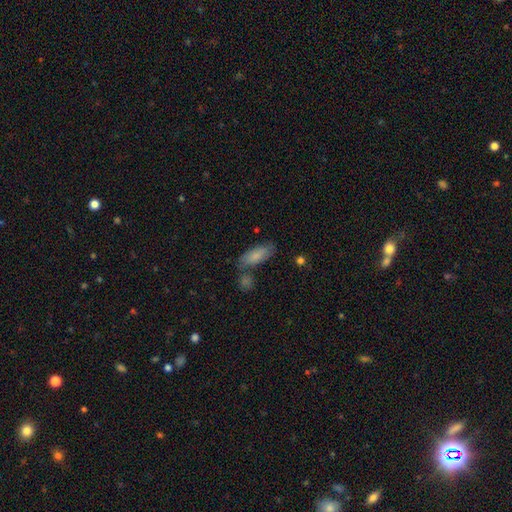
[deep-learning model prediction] Overall: smooth (79%). How rounded: in between (77%). Merging: none (61%).